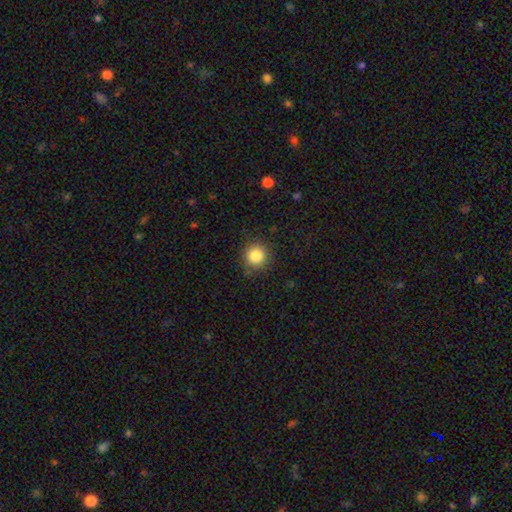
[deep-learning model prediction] smooth-or-featured: smooth: 85% | star or artifact: 11% | featured or disk: 5%
  how-rounded: round: 92% | in between: 7% | cigar-shaped: 1%
  merging: none: 86% | minor disturbance: 10% | major disturbance: 3% | merger: 1%